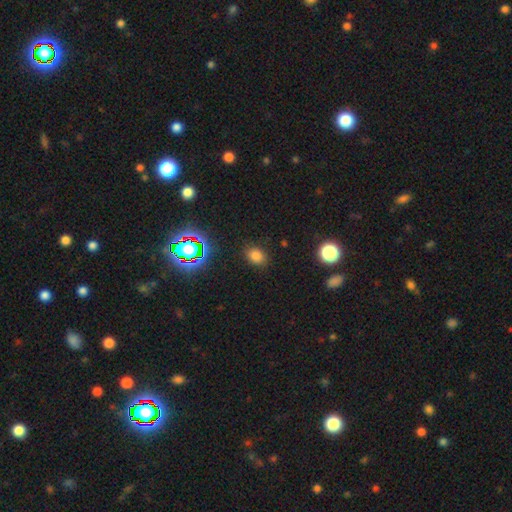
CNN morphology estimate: Smooth or featured: smooth — 76% (star or artifact — 19%)
How rounded: in between — 61% (round — 38%)
Merging: none — 86% (minor disturbance — 10%)